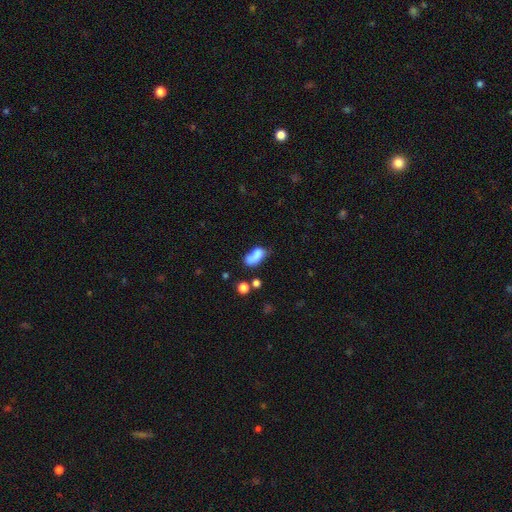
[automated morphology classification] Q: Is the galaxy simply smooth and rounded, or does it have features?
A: smooth — 72%.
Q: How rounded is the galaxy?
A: in between — 85%.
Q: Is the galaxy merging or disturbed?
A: merger — 32%.